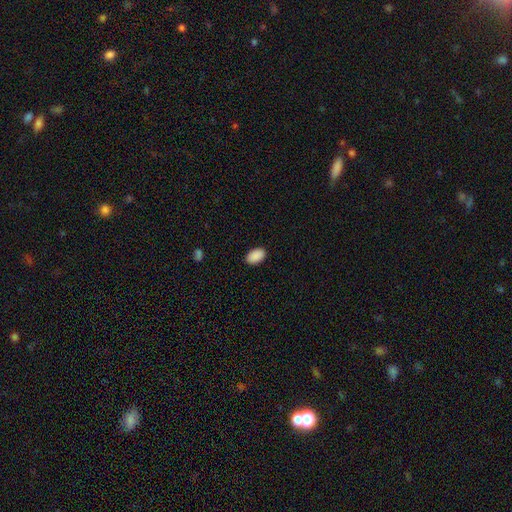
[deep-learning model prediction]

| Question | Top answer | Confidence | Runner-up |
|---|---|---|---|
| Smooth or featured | smooth | 91% | star or artifact (7%) |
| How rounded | in between | 93% | round (6%) |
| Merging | none | 89% | minor disturbance (8%) |